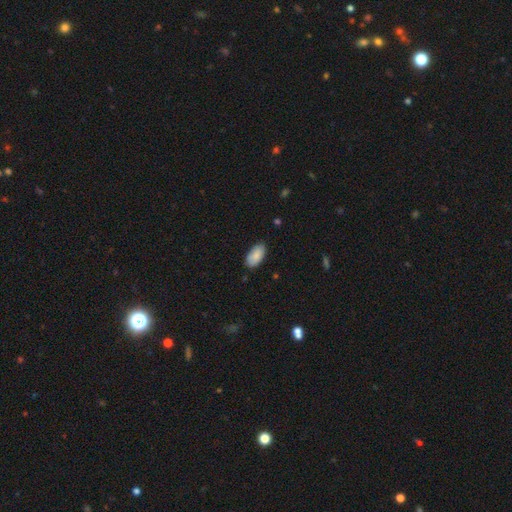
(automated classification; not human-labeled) Overall: smooth (85%). How rounded: in between (95%). Merging: none (81%).